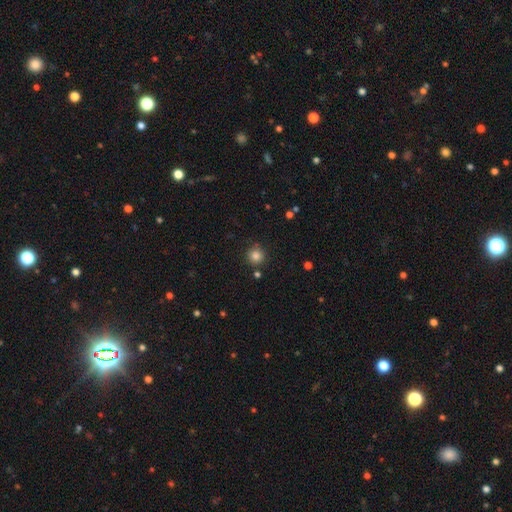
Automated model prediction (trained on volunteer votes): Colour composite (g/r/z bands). It shows a smooth galaxy with no disk features (83%) that is round (95%). Merging: none (86%).